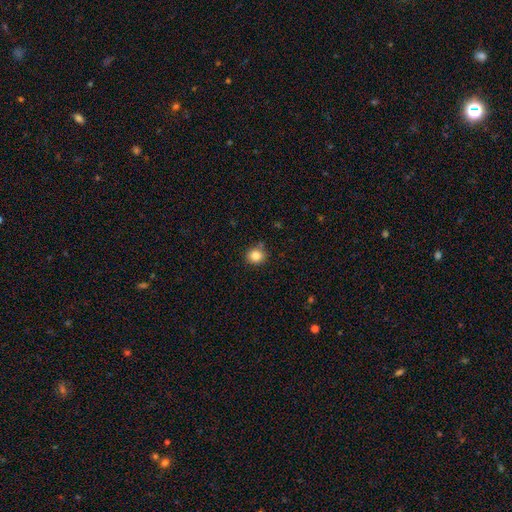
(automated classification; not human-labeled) Smooth or featured? smooth (85%)
How rounded? round (85%)
Merging? none (83%)